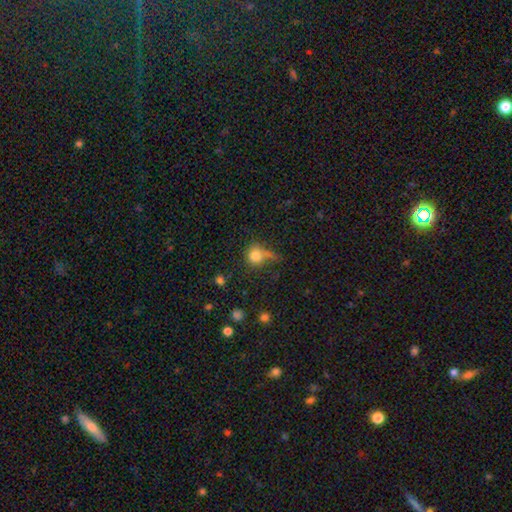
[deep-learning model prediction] Morphology: type=smooth (79%); roundness=round (82%); merging=none (46%).